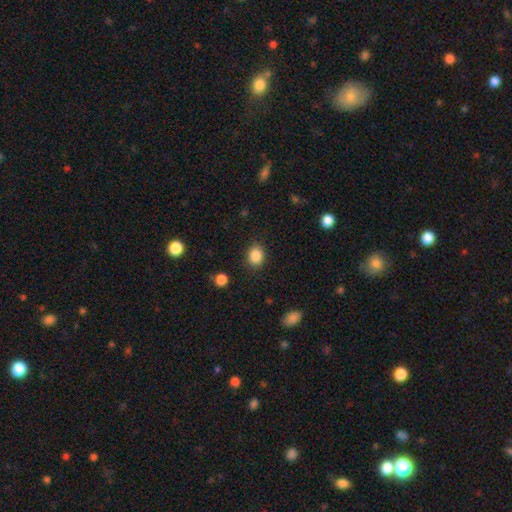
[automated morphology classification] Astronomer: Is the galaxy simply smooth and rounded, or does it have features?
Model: smooth — 87%.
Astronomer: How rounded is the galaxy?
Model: round — 50% (runner-up: in between, 49%).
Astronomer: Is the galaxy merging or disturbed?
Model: none — 87%.